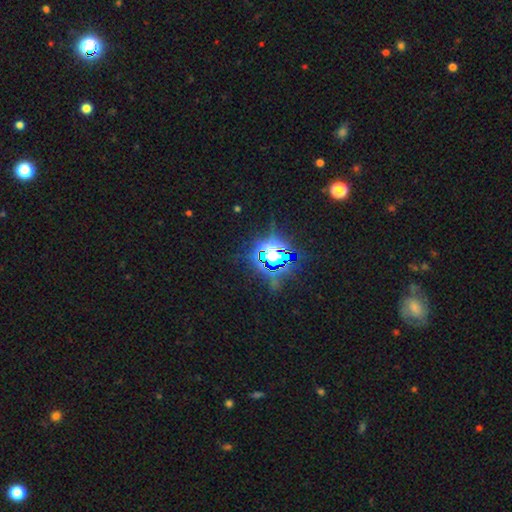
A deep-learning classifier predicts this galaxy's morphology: Smooth or featured: star or artifact — 83% (smooth — 10%)